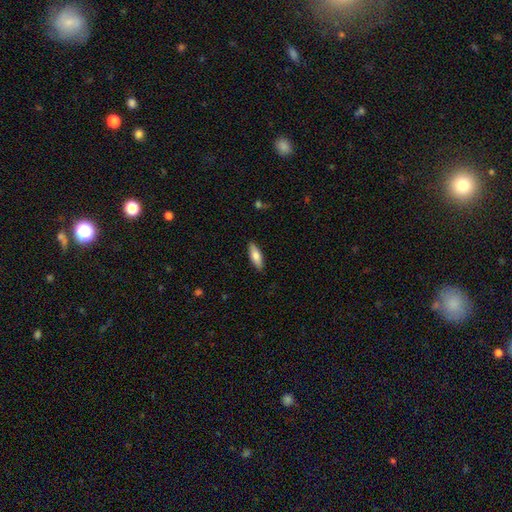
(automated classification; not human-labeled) Morphology: type=smooth (76%); roundness=in between (59%); merging=none (88%).